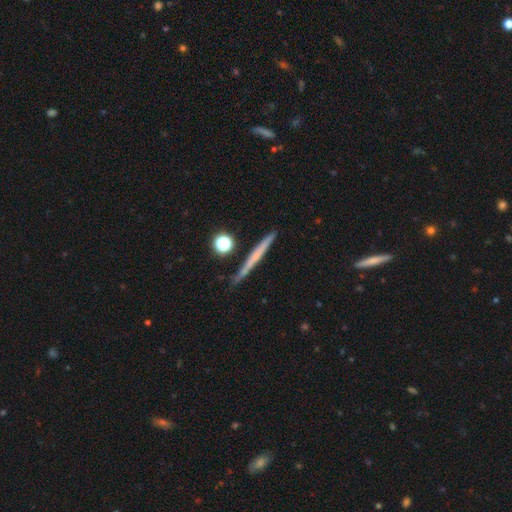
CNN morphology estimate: Smooth or featured? featured or disk (49%)
Merging? none (85%)